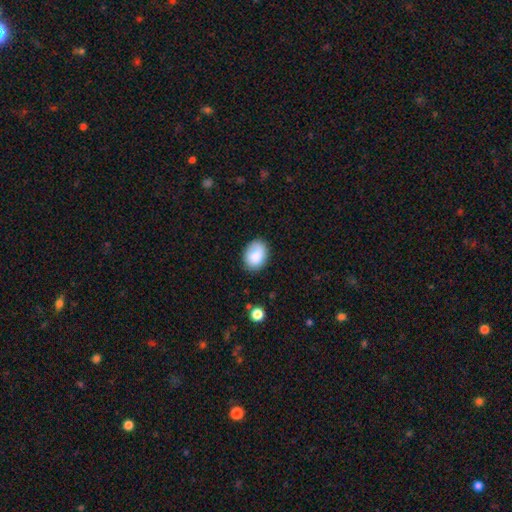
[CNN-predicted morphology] Smooth or featured?
  - smooth: 84% *
  - featured or disk: 9%
  - star or artifact: 7%
How rounded?
  - in between: 70% *
  - round: 29%
  - cigar-shaped: 1%
Merging?
  - none: 77% *
  - minor disturbance: 18%
  - major disturbance: 4%
  - merger: 2%